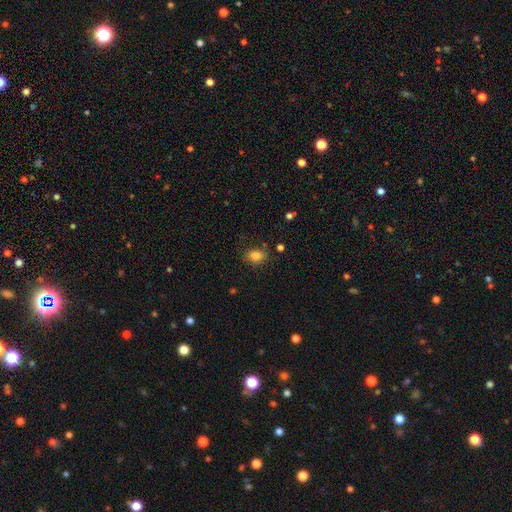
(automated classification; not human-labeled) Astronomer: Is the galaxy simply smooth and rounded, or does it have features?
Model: smooth — 84%.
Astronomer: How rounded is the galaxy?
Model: in between — 77%.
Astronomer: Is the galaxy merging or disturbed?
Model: none — 79%.